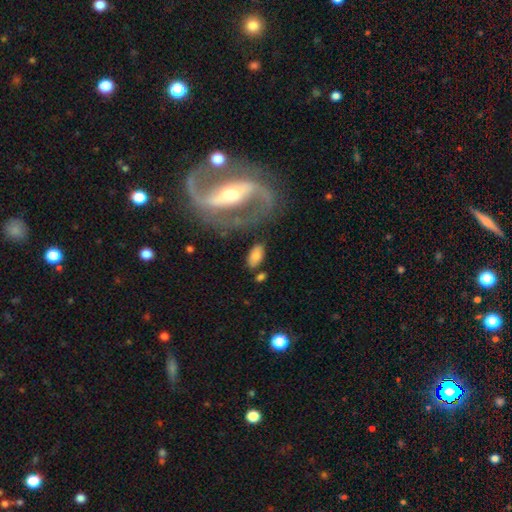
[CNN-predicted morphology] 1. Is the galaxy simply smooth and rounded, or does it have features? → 72% smooth, 21% featured or disk, 7% star or artifact.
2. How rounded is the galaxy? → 91% in between, 4% round, 4% cigar-shaped.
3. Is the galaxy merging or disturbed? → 71% none, 14% minor disturbance, 8% merger, 8% major disturbance.